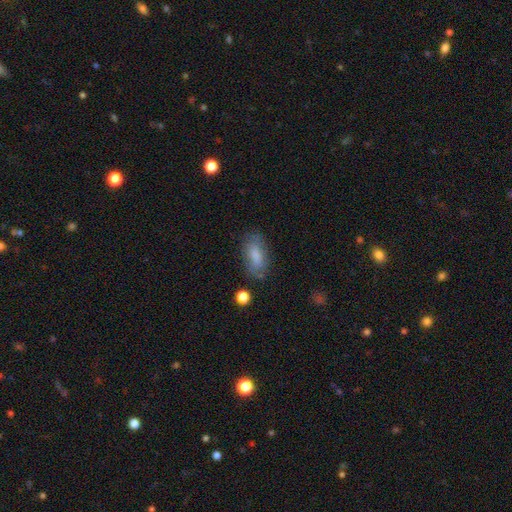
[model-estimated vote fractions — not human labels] A smooth galaxy with no disk features (77%) that is in between round and cigar-shaped (85%). Merging: none (71%).